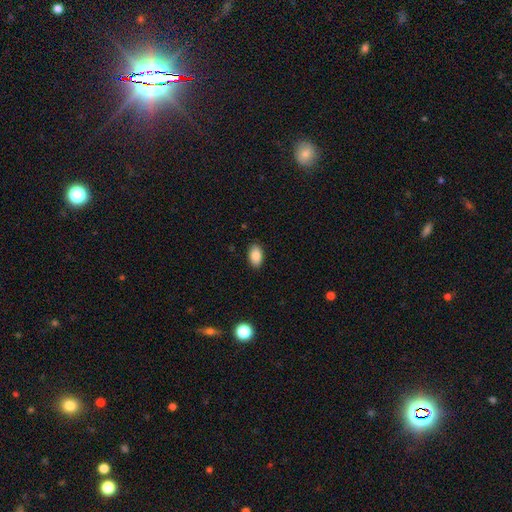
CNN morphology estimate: Smooth or featured?
  - smooth: 87% *
  - star or artifact: 8%
  - featured or disk: 6%
How rounded?
  - in between: 92% *
  - round: 6%
  - cigar-shaped: 2%
Merging?
  - none: 89% *
  - minor disturbance: 9%
  - major disturbance: 2%
  - merger: 1%